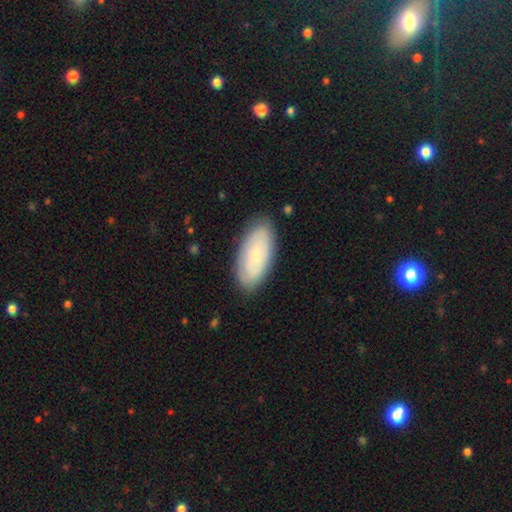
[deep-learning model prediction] This appears to be a smooth galaxy with no disk features (64%) that is in between round and cigar-shaped (91%). Merging: none (84%).